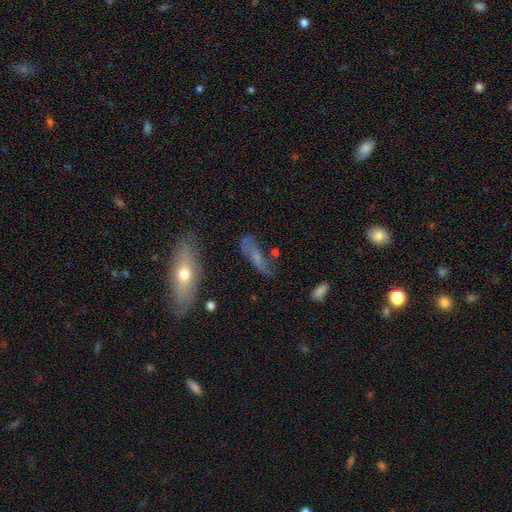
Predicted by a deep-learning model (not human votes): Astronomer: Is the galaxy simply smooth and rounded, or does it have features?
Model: featured or disk — 43% (runner-up: smooth, 41%).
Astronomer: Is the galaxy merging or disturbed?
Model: none — 61%.